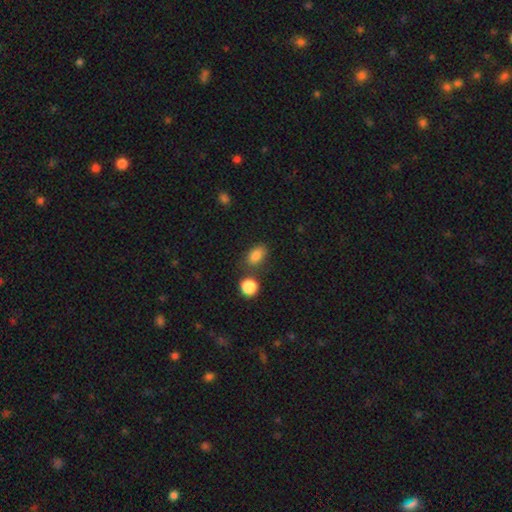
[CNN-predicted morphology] Smooth or featured?
  - smooth: 84% *
  - star or artifact: 10%
  - featured or disk: 6%
How rounded?
  - in between: 84% *
  - round: 13%
  - cigar-shaped: 3%
Merging?
  - none: 68% *
  - minor disturbance: 15%
  - merger: 13%
  - major disturbance: 4%